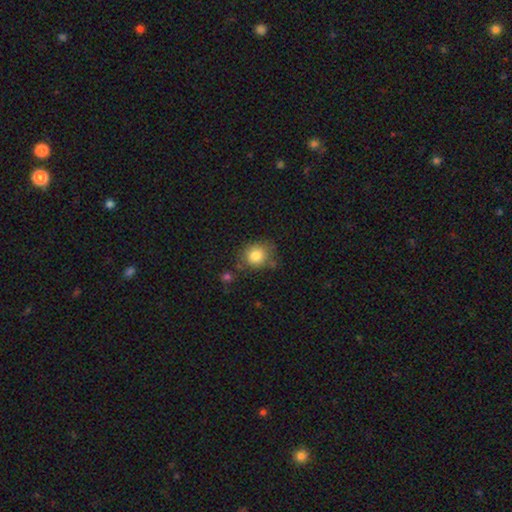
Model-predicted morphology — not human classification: Smooth or featured?
  - smooth: 84% *
  - star or artifact: 9%
  - featured or disk: 7%
How rounded?
  - round: 71% *
  - in between: 28%
  - cigar-shaped: 1%
Merging?
  - none: 69% *
  - minor disturbance: 19%
  - merger: 6%
  - major disturbance: 6%